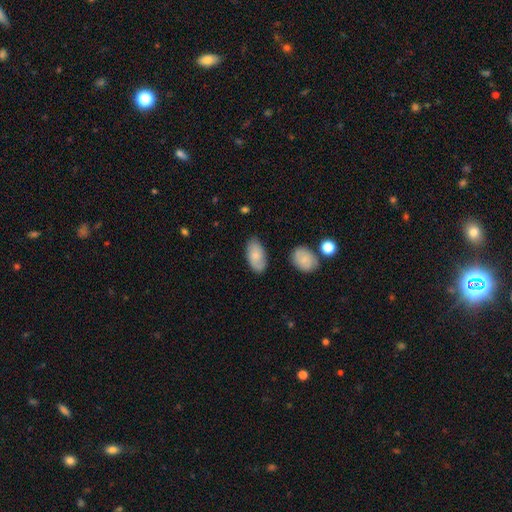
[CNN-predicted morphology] smooth 69%, featured or disk 25%, star or artifact 7%. Down the decision tree: how rounded — in between (93%); merging — none (76%).